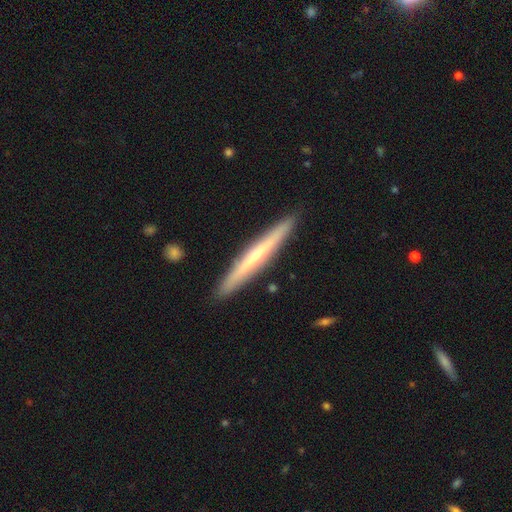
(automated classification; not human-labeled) Morphology: type=featured or disk (62%); edge-on=yes (96%); edge-on bulge=rounded (60%); merging=none (91%).